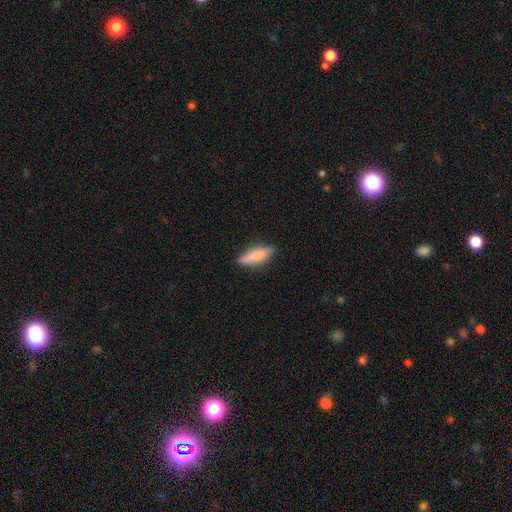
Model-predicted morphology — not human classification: Q: Smooth or featured?
A: smooth (77%); runner-up: featured or disk (17%)
Q: How rounded?
A: cigar-shaped (60%); runner-up: in between (38%)
Q: Merging?
A: none (84%); runner-up: minor disturbance (12%)